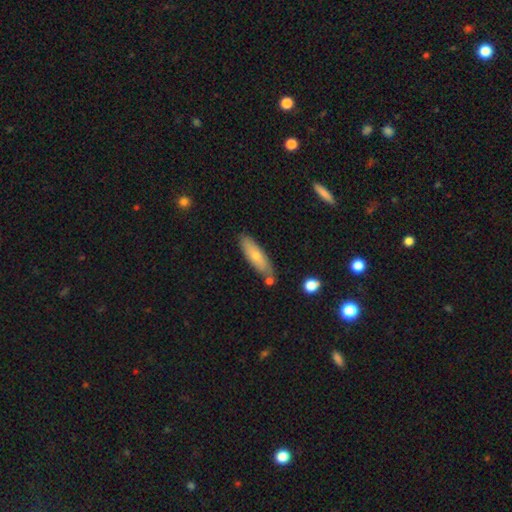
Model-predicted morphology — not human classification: Smooth or featured? Predicted: smooth (p=0.70). How rounded? Predicted: cigar-shaped (p=0.57). Merging? Predicted: none (p=0.73).